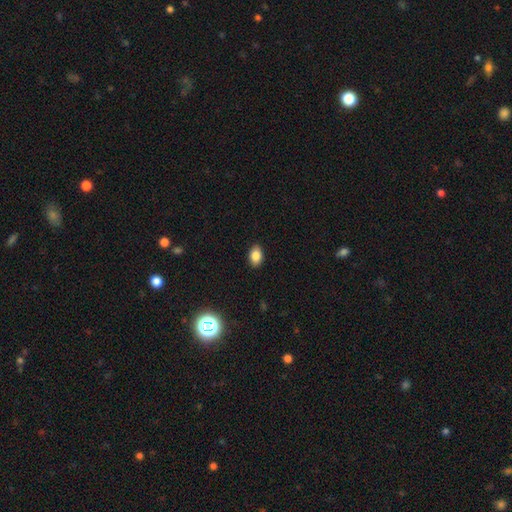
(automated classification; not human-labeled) Morphology: type=smooth (84%); roundness=in between (87%); merging=none (89%).